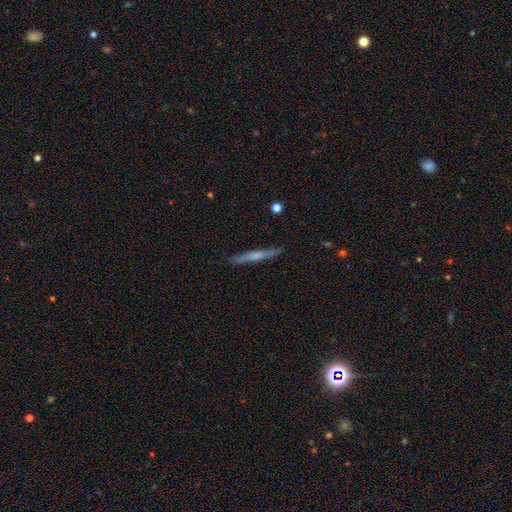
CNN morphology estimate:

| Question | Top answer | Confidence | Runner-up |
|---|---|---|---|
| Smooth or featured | featured or disk | 52% | smooth (42%) |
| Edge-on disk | yes | 95% | no (5%) |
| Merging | none | 88% | minor disturbance (9%) |